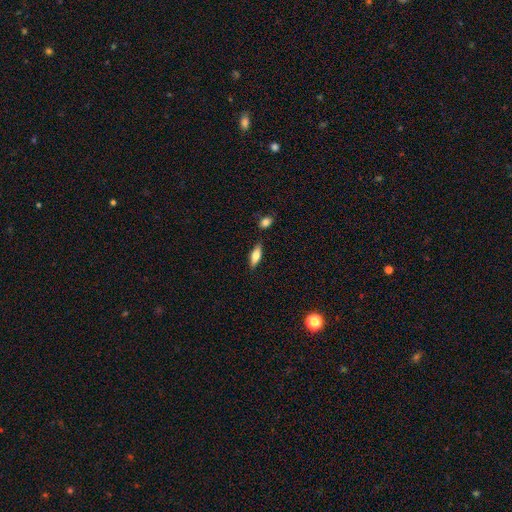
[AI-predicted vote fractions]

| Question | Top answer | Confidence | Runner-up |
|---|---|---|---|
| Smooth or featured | smooth | 68% | featured or disk (25%) |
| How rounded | in between | 62% | cigar-shaped (36%) |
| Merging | none | 82% | minor disturbance (11%) |